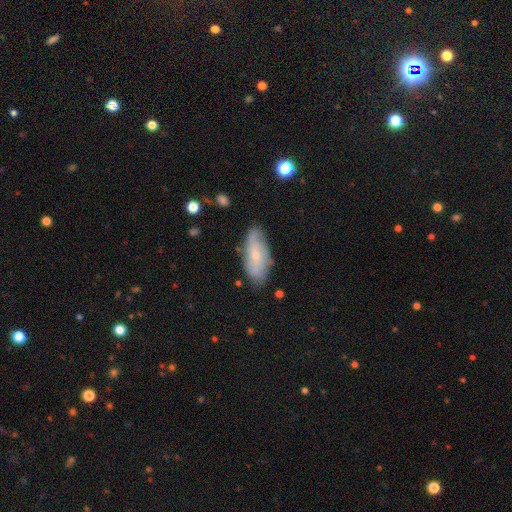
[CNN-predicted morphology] Smooth or featured?
  - featured or disk: 52% *
  - smooth: 41%
  - star or artifact: 7%
Edge-on disk?
  - no: 87% *
  - yes: 13%
Merging?
  - none: 70% *
  - minor disturbance: 23%
  - major disturbance: 5%
  - merger: 2%